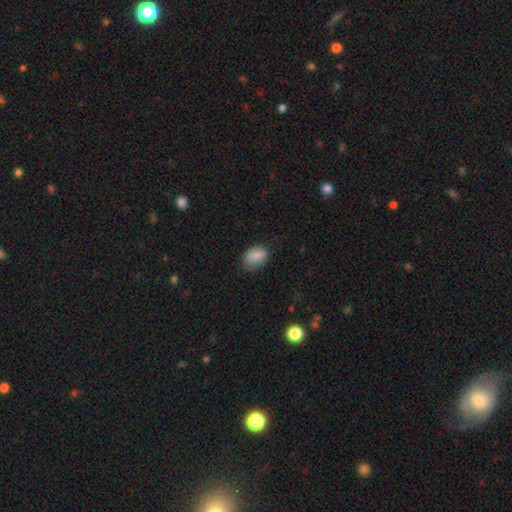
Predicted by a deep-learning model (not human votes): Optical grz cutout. It shows a smooth galaxy with no disk features (85%) that is in between round and cigar-shaped (81%). Merging: none (67%).